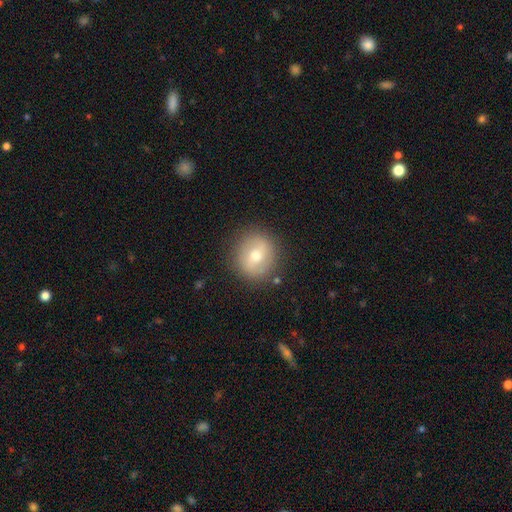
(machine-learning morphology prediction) This appears to be a smooth galaxy with no disk features (51%) that is round (89%). Merging: none (87%).